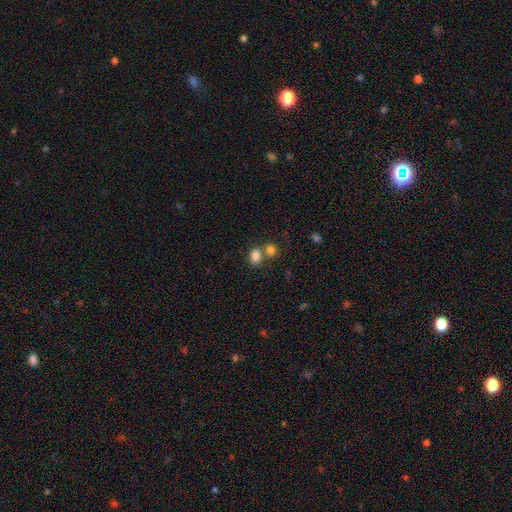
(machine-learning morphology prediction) Overall: smooth (83%). How rounded: in between (62%; round 37%). Merging: none (48%; merger 38%).